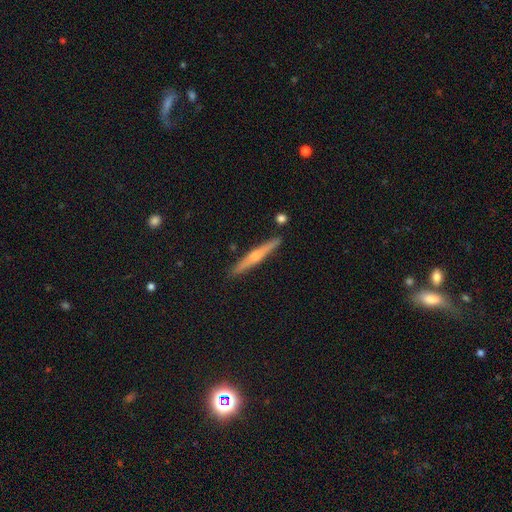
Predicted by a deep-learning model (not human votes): Overall: featured or disk (63%; smooth 31%). Edge-on disk: yes (97%). Edge-on bulge: rounded (82%). Merging: none (88%).